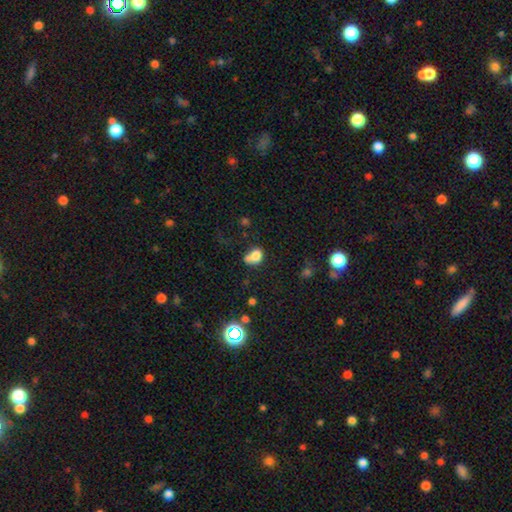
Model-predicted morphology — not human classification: smooth_or_featured: smooth (p=0.74) [alt: featured or disk p=0.13]
how_rounded: round (p=0.53) [alt: in between p=0.46]
merging: merger (p=0.45) [alt: none p=0.33]